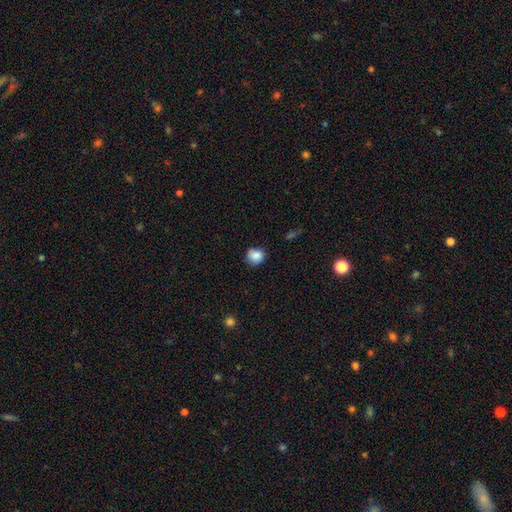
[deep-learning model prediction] Morphology: type=smooth (87%); roundness=round (81%); merging=none (80%).